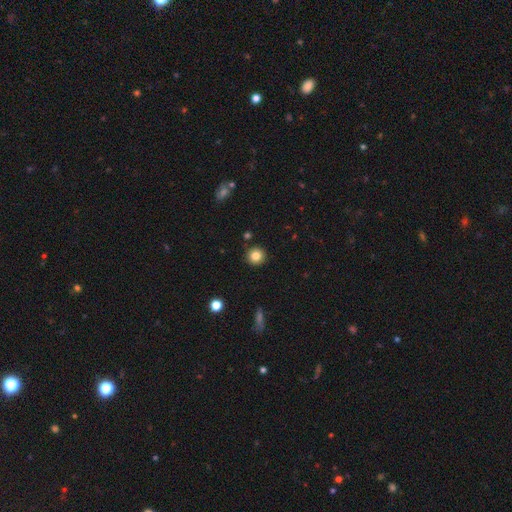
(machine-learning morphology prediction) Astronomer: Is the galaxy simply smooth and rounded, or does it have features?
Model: smooth — 82%.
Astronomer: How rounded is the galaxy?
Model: round — 94%.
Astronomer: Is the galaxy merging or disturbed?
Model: none — 90%.